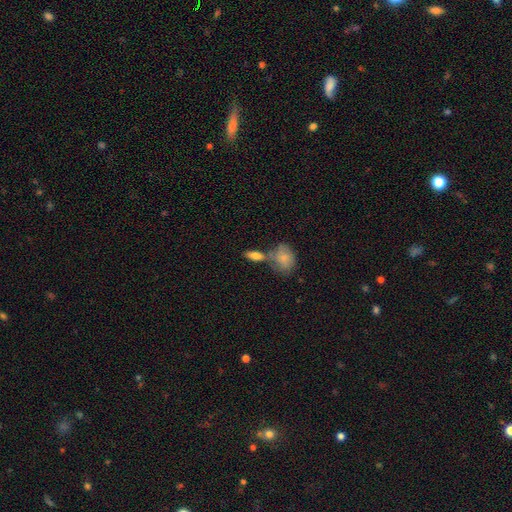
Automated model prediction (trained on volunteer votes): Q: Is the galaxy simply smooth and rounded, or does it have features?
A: smooth — 75%.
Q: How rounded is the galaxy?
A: in between — 77%.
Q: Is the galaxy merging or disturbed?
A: none — 50%.